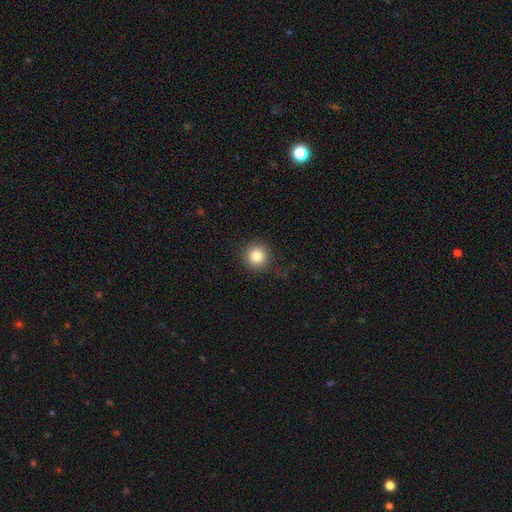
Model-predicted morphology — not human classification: This appears to be a smooth galaxy with no disk features (84%) that is round (94%). Merging: none (85%).